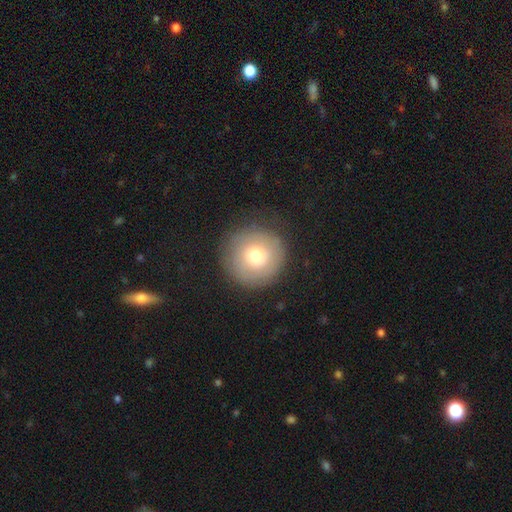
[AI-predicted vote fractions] Smooth or featured?
  - smooth: 67% *
  - featured or disk: 23%
  - star or artifact: 10%
How rounded?
  - round: 95% *
  - in between: 4%
  - cigar-shaped: 1%
Merging?
  - none: 83% *
  - minor disturbance: 11%
  - major disturbance: 5%
  - merger: 1%